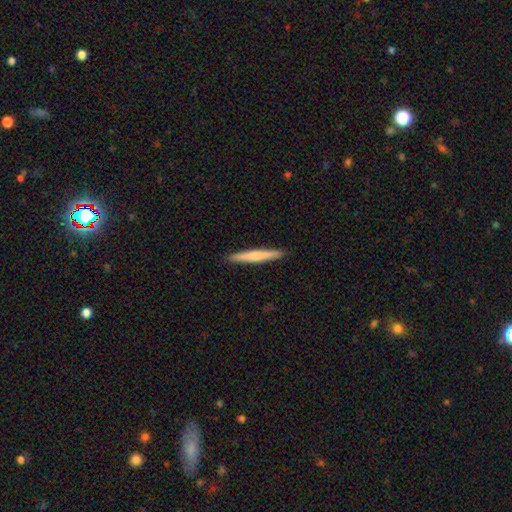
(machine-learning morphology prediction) smooth_or_featured: smooth (p=0.63) [alt: featured or disk p=0.32]
how_rounded: cigar-shaped (p=0.96) [alt: in between p=0.03]
merging: none (p=0.92) [alt: minor disturbance p=0.06]